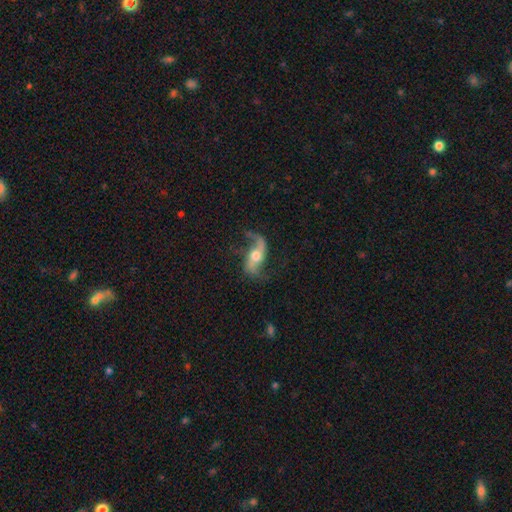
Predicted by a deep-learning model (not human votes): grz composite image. It shows a featured or disk galaxy (84%) with no bar (42%), 2 (92%) loose (85%) spiral arms (95%) and a moderate central bulge (65%). Merging: none (70%).